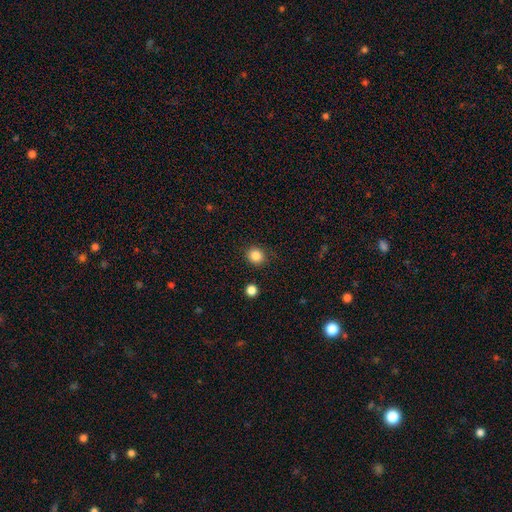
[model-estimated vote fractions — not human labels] This appears to be a smooth galaxy with no disk features (85%) that is round (86%). Merging: none (88%).